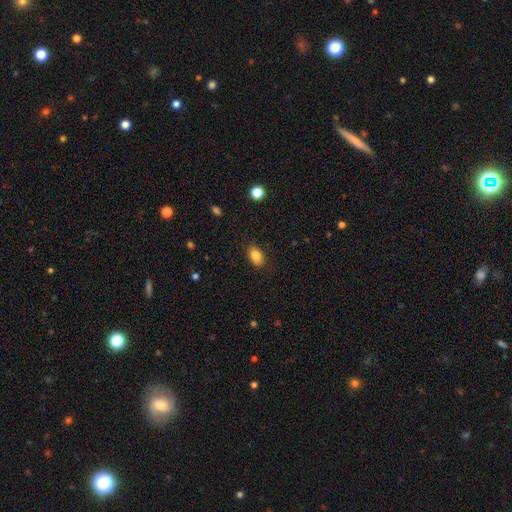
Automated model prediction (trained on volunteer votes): Q: Smooth or featured?
A: smooth (83%); runner-up: star or artifact (9%)
Q: How rounded?
A: in between (84%); runner-up: round (14%)
Q: Merging?
A: none (85%); runner-up: minor disturbance (11%)